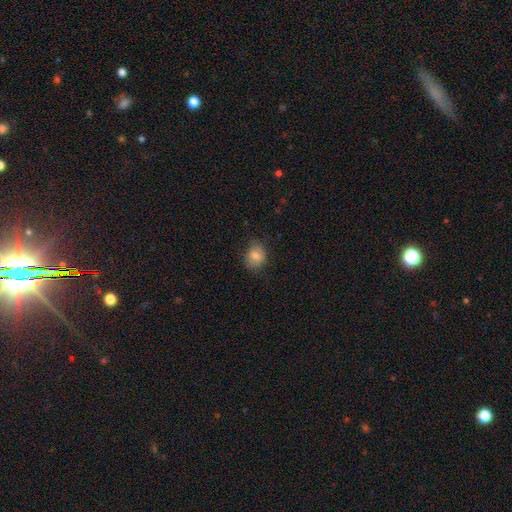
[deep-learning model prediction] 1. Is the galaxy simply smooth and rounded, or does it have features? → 77% smooth, 15% featured or disk, 9% star or artifact.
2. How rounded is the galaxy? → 58% round, 41% in between, 1% cigar-shaped.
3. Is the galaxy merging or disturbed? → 72% none, 21% minor disturbance, 6% major disturbance, 1% merger.